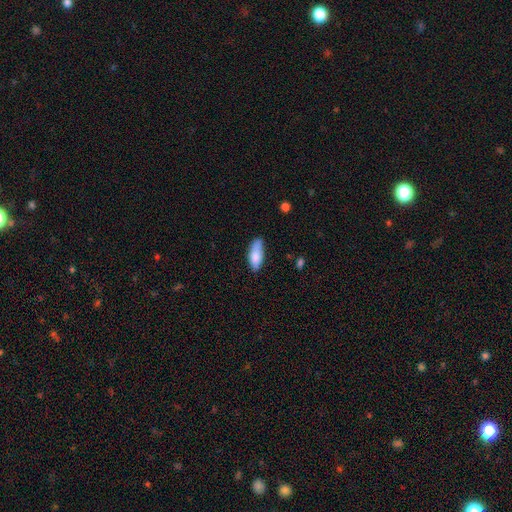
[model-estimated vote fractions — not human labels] Q: Smooth or featured?
A: smooth (84%); runner-up: featured or disk (10%)
Q: How rounded?
A: in between (77%); runner-up: cigar-shaped (21%)
Q: Merging?
A: none (67%); runner-up: minor disturbance (26%)